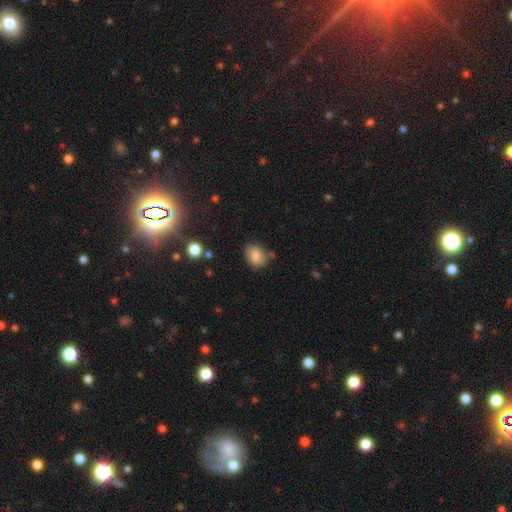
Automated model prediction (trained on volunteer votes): Smooth or featured? smooth (74%)
How rounded? in between (52%)
Merging? none (68%)